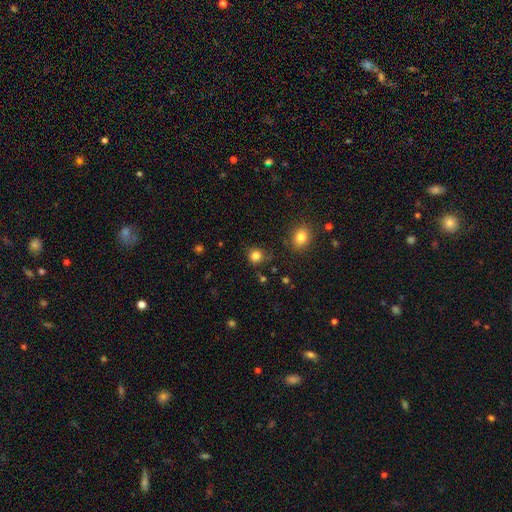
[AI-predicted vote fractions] A smooth galaxy with no disk features (82%) that is round (87%).

Vote fractions:
- Smooth or featured? smooth: 82% / star or artifact: 13% / featured or disk: 4%
- How rounded? round: 87% / in between: 12% / cigar-shaped: 1%
- Merging? none: 81% / minor disturbance: 13% / major disturbance: 4% / merger: 3%